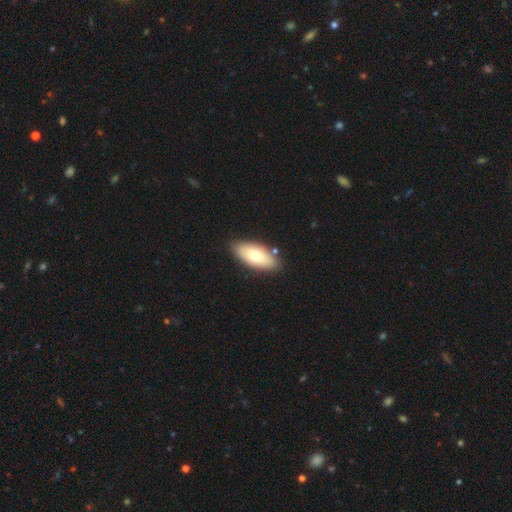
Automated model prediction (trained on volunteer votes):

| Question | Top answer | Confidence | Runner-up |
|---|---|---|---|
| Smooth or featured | smooth | 71% | featured or disk (23%) |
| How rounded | in between | 87% | cigar-shaped (10%) |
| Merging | none | 84% | minor disturbance (10%) |